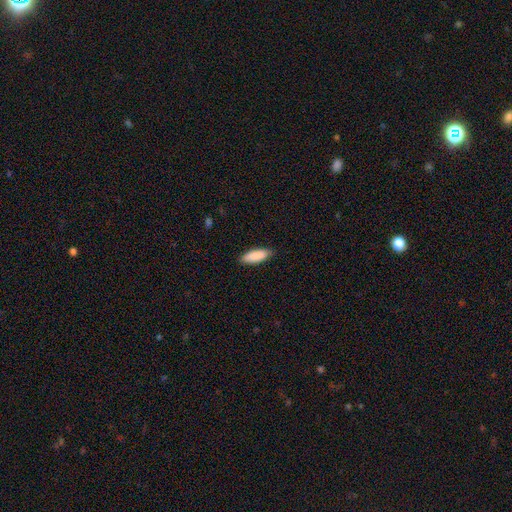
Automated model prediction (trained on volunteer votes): The model was most divided on "how rounded": in between: 70%, cigar-shaped: 28%, round: 2%. More confident: smooth or featured — smooth (89%); merging — none (86%).